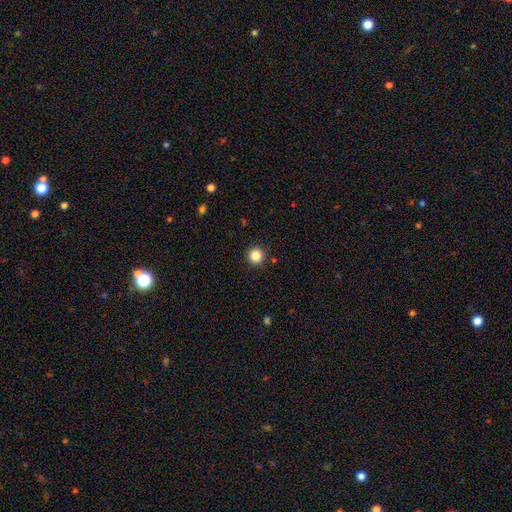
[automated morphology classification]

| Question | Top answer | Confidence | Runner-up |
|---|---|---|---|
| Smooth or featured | smooth | 85% | star or artifact (11%) |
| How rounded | round | 95% | in between (4%) |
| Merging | none | 92% | minor disturbance (5%) |